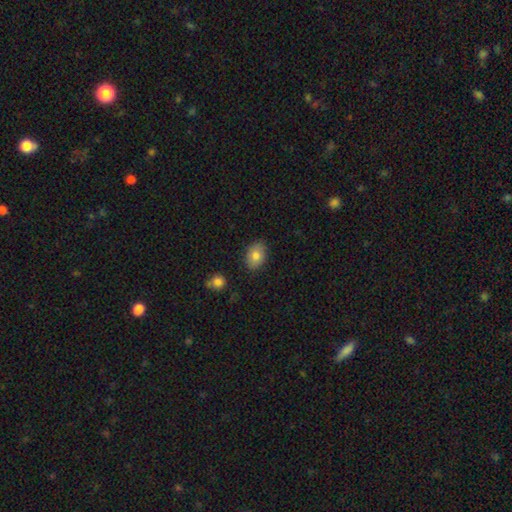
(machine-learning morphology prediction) Q: Smooth or featured?
A: smooth (80%); runner-up: featured or disk (12%)
Q: How rounded?
A: in between (76%); runner-up: round (23%)
Q: Merging?
A: none (85%); runner-up: minor disturbance (11%)